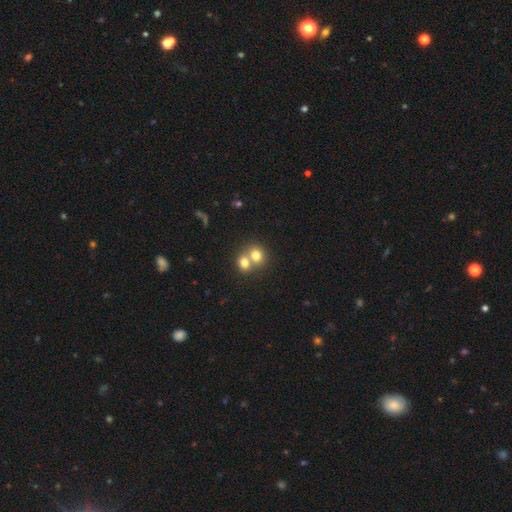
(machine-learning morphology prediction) type=smooth (75%); roundness=round (72%); merging=merger (60%).